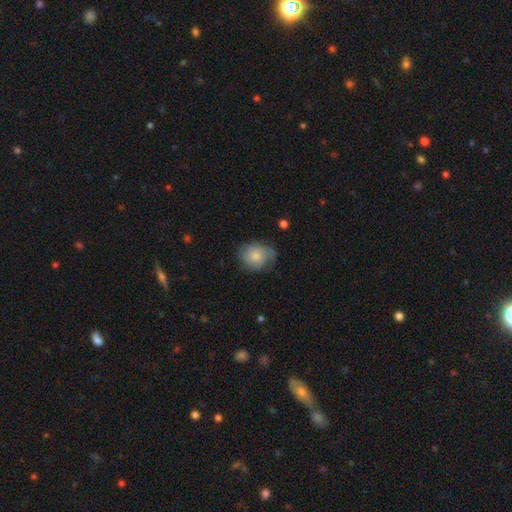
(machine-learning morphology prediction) Overall: smooth (74%). How rounded: round (64%; in between 35%). Merging: none (56%; minor disturbance 32%).